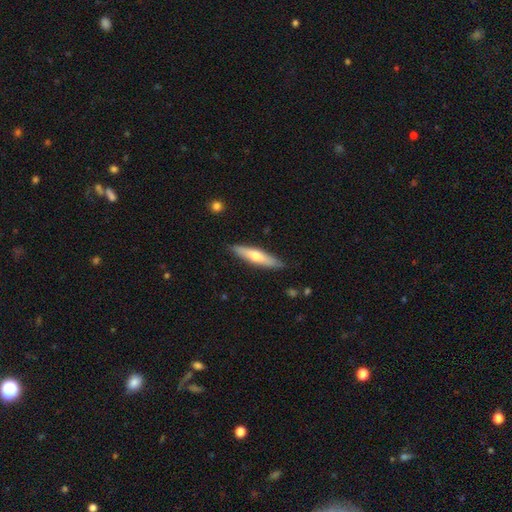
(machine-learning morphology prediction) A smooth galaxy with no disk features (56%) that is cigar-shaped (82%).

Vote fractions:
- Smooth or featured? smooth: 56% / featured or disk: 39% / star or artifact: 5%
- How rounded? cigar-shaped: 82% / in between: 17% / round: 2%
- Merging? none: 87% / minor disturbance: 10% / major disturbance: 2% / merger: 1%